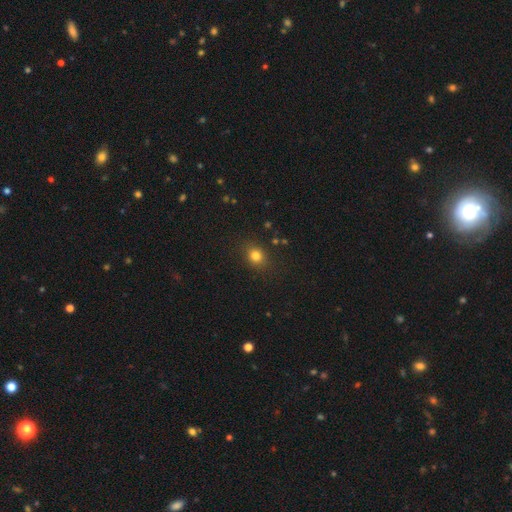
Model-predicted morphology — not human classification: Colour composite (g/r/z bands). It shows a smooth galaxy with no disk features (80%) that is round (61%). Merging: none (83%).